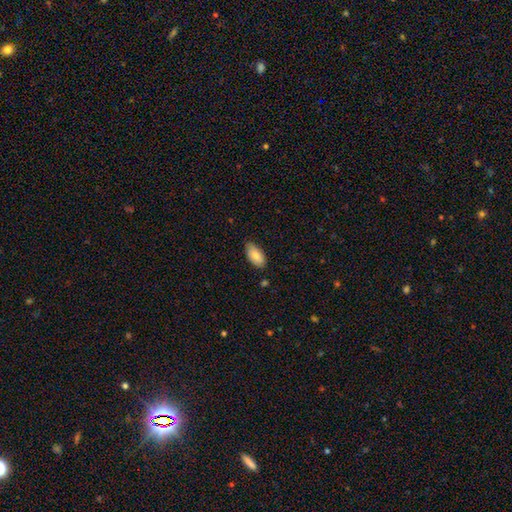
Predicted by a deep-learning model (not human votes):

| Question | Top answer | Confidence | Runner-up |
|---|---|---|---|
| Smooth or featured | smooth | 79% | featured or disk (14%) |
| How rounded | in between | 93% | cigar-shaped (4%) |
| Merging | none | 77% | minor disturbance (19%) |